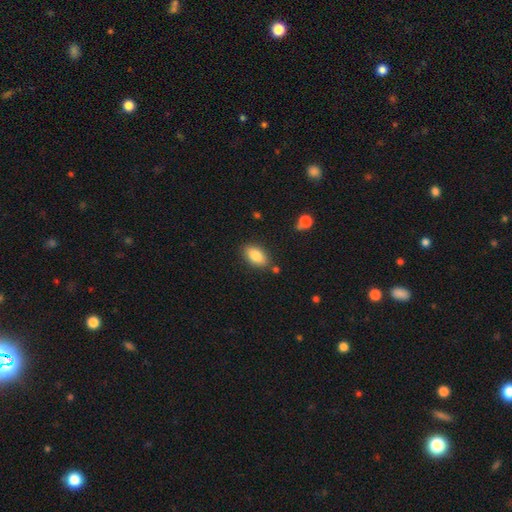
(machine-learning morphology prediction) This appears to be a smooth galaxy with no disk features (84%) that is in between round and cigar-shaped (91%). Merging: none (82%).